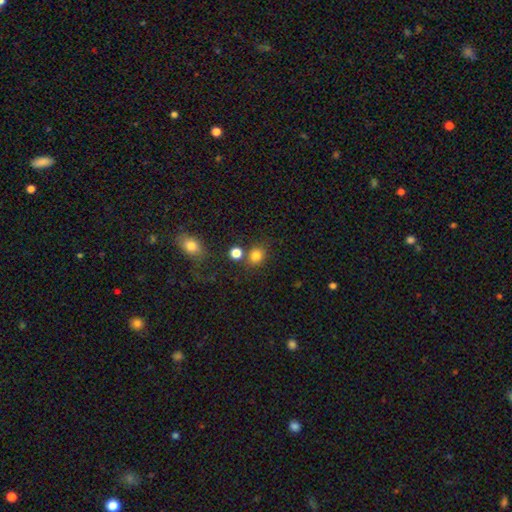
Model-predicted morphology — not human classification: A smooth galaxy with no disk features (80%) that is round (67%). Merging: none (69%).